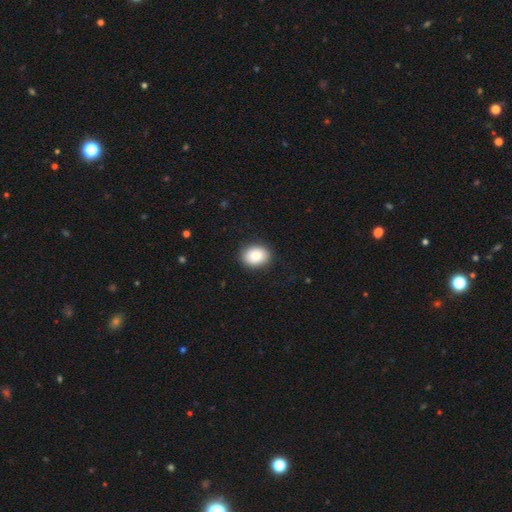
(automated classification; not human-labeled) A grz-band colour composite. It shows a smooth galaxy with no disk features (86%) that is in between round and cigar-shaped (57%). Merging: none (88%).